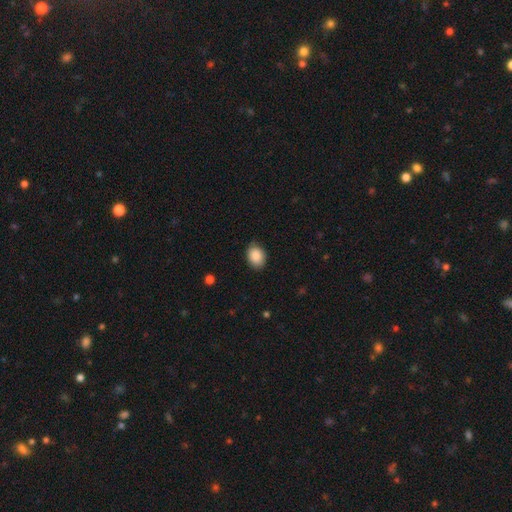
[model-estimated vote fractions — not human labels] smooth 89%, star or artifact 7%, featured or disk 4%. Down the decision tree: how rounded — in between (70%); merging — none (82%).